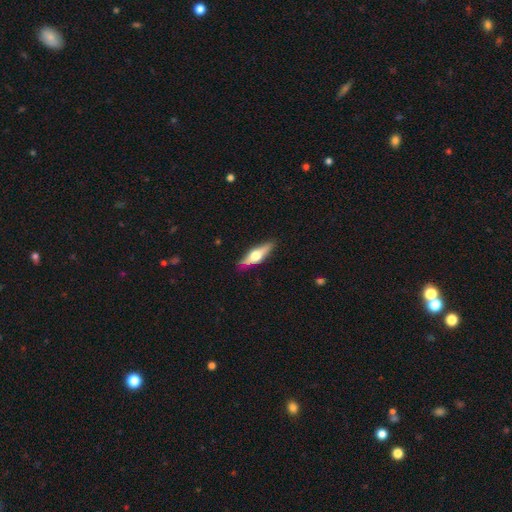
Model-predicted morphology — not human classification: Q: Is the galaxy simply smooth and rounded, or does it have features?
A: featured or disk — 58%.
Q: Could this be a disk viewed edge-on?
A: yes — 92%.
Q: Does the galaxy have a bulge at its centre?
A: rounded — 94%.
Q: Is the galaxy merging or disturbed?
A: none — 86%.